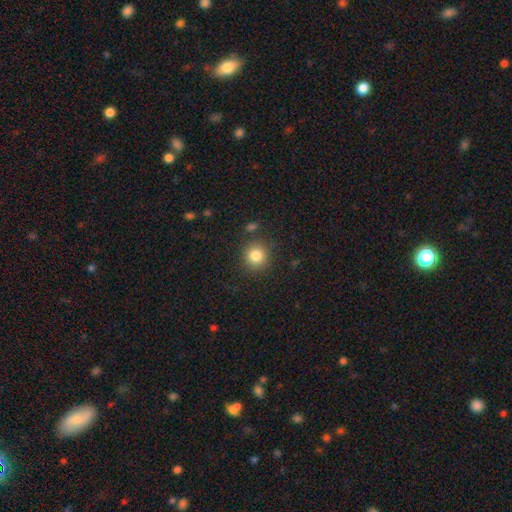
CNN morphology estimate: smooth 83%, star or artifact 11%, featured or disk 6%. Down the decision tree: how rounded — round (91%); merging — none (86%).